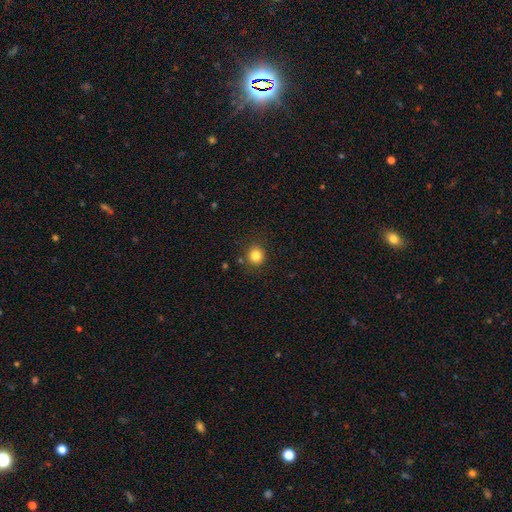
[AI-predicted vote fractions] A smooth galaxy with no disk features (83%) that is round (87%).

Vote fractions:
- Smooth or featured? smooth: 83% / star or artifact: 12% / featured or disk: 5%
- How rounded? round: 87% / in between: 12% / cigar-shaped: 1%
- Merging? none: 86% / minor disturbance: 8% / major disturbance: 3% / merger: 3%